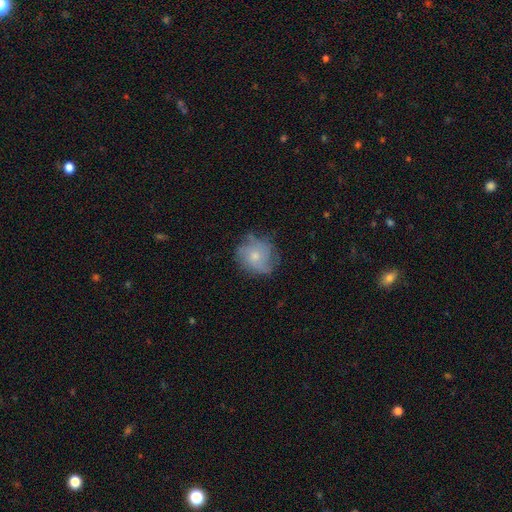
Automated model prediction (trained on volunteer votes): Smooth or featured? Predicted: smooth (p=0.53). How rounded? Predicted: round (p=0.78). Merging? Predicted: none (p=0.63).